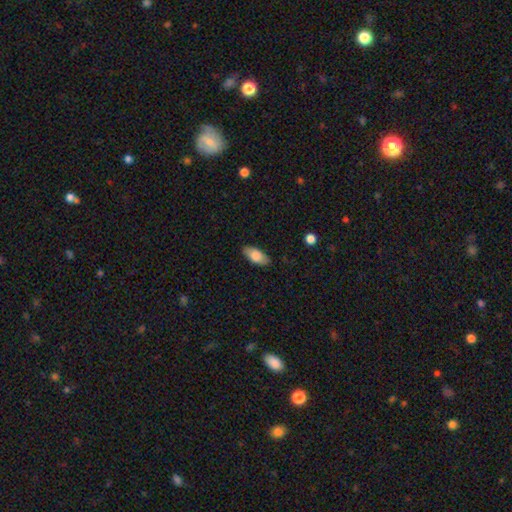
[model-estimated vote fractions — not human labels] The model was most divided on "smooth or featured": smooth: 81%, featured or disk: 13%, star or artifact: 6%. More confident: how rounded — in between (89%); merging — none (85%).